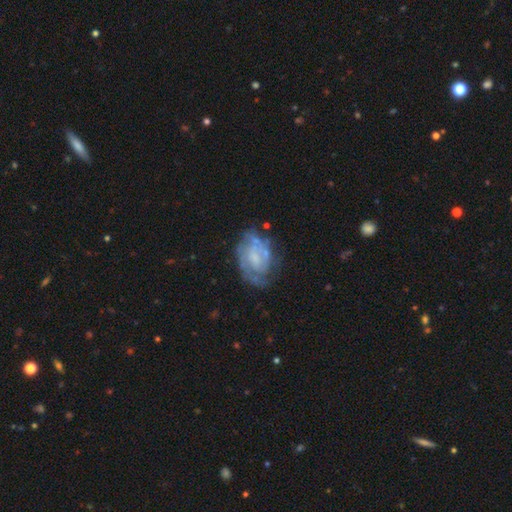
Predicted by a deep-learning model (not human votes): Morphology: type=featured or disk (74%); edge-on=no (97%); bar=no (58%); spiral arms=yes (74%); winding=tight (51%); arm count=can't tell (40%); bulge=small (37%); merging=none (55%).